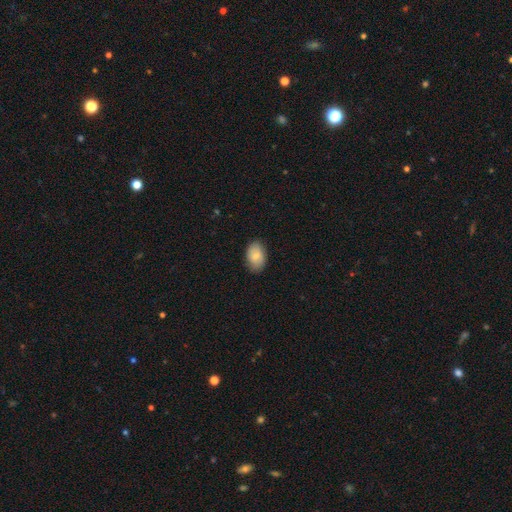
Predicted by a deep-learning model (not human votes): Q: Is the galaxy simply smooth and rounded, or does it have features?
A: smooth — 77%.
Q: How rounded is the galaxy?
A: in between — 89%.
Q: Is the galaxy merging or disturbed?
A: none — 84%.